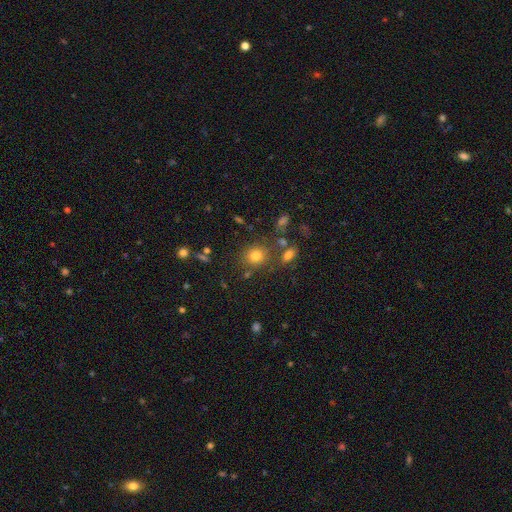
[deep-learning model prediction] Morphology: type=smooth (77%); roundness=round (77%); merging=none (74%).